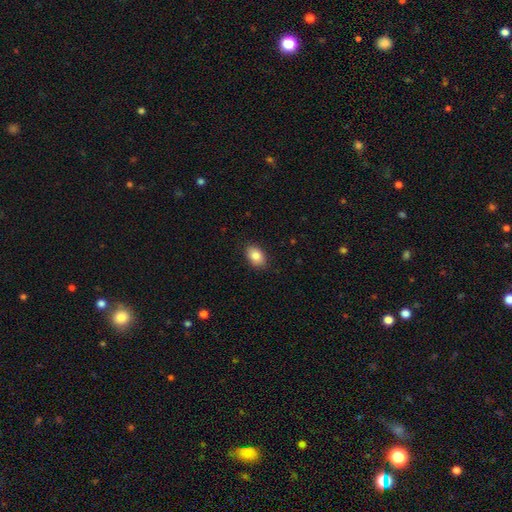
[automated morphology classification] The model was most divided on "how rounded": in between: 85%, round: 14%, cigar-shaped: 1%. More confident: merging — none (88%); smooth or featured — smooth (86%).